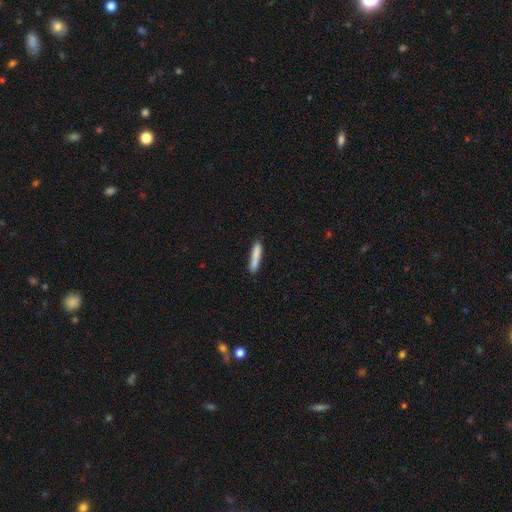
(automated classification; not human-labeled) smooth 84%, featured or disk 10%, star or artifact 6%. Down the decision tree: how rounded — cigar-shaped (90%); merging — none (84%).